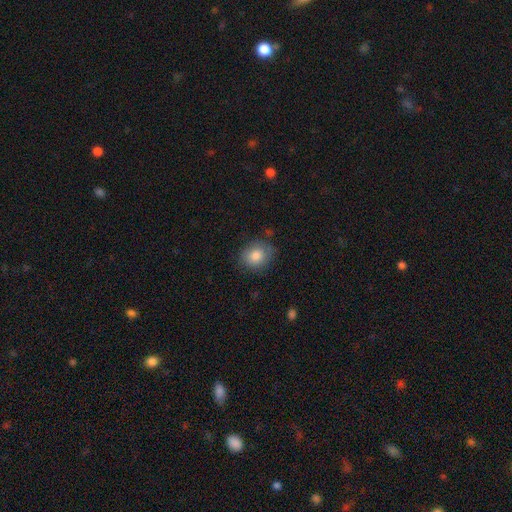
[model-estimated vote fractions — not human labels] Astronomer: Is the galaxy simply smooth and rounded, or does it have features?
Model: smooth — 82%.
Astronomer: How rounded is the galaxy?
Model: round — 66%.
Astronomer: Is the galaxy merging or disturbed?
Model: none — 78%.